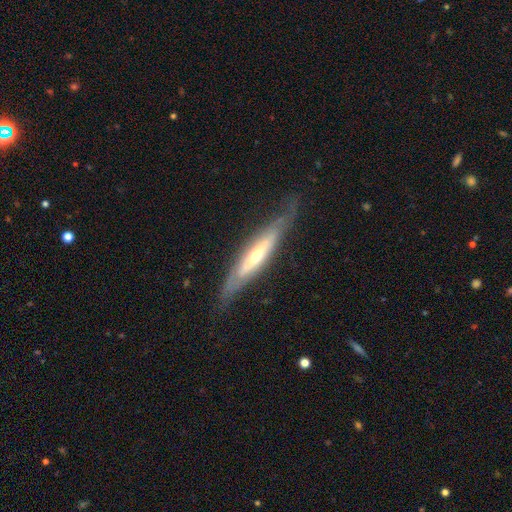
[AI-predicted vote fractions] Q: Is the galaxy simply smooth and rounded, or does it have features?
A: featured or disk — 70%.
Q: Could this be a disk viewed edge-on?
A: yes — 74%.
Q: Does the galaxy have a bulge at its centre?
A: rounded — 72%.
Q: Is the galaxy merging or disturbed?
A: none — 71%.